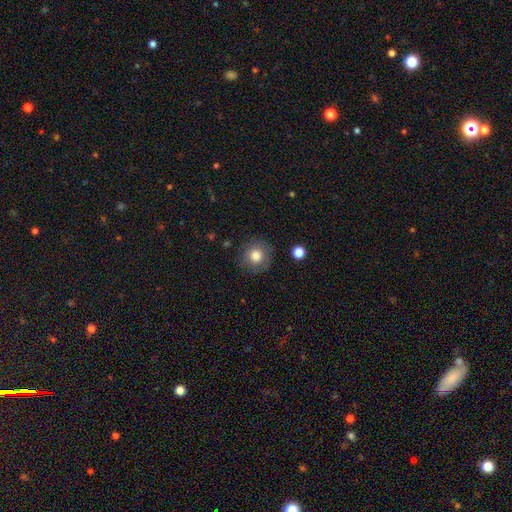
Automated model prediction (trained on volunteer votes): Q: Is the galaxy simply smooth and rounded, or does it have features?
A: smooth — 80%.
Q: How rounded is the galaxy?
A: round — 93%.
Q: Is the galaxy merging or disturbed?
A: none — 85%.